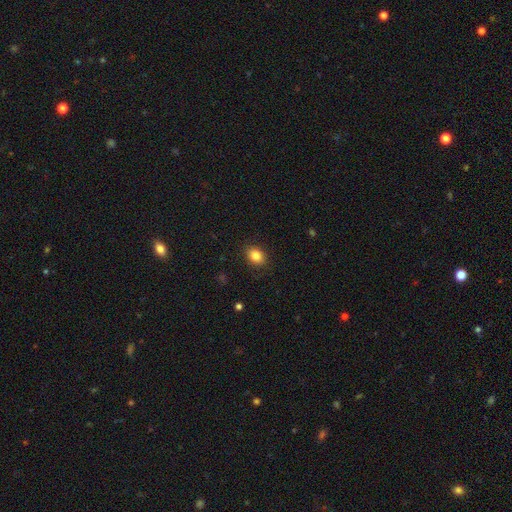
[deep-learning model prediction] smooth 85%, star or artifact 10%, featured or disk 5%. Down the decision tree: how rounded — in between (59%); merging — none (88%).